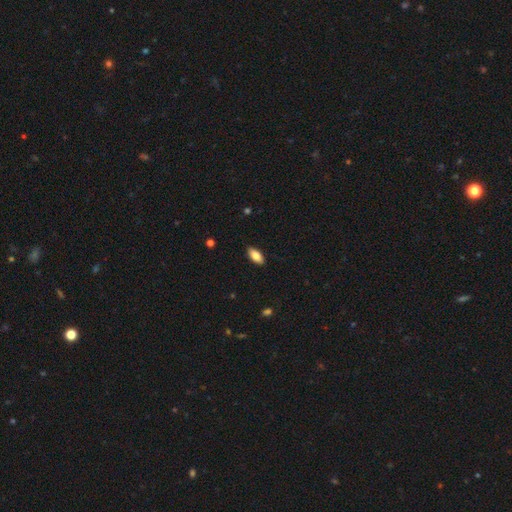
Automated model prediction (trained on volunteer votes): The model was most divided on "smooth or featured": smooth: 83%, featured or disk: 11%, star or artifact: 7%. More confident: how rounded — in between (88%); merging — none (88%).